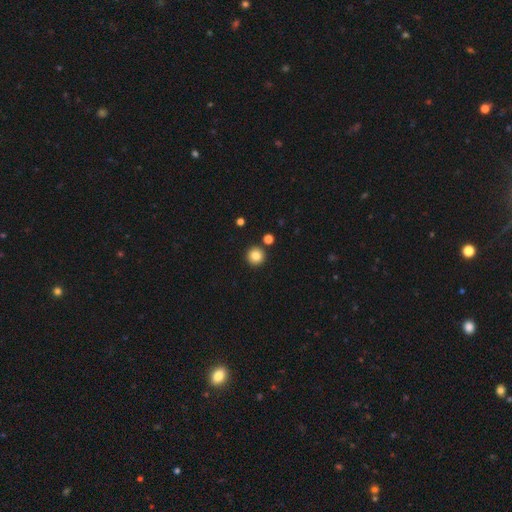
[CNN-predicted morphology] Smooth or featured? smooth (84%)
How rounded? round (95%)
Merging? none (89%)